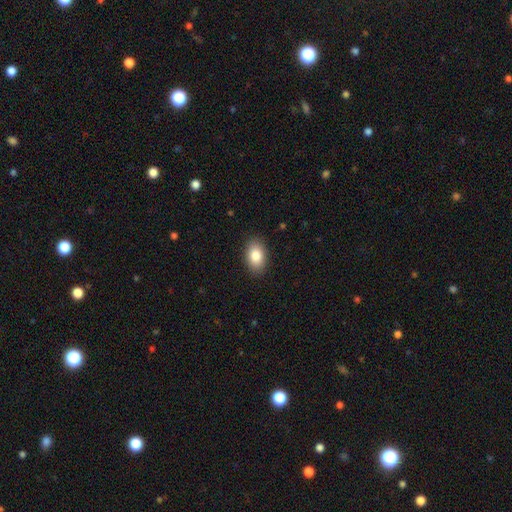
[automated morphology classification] Smooth or featured: smooth — 84% (featured or disk — 8%)
How rounded: in between — 89% (round — 10%)
Merging: none — 89% (minor disturbance — 8%)